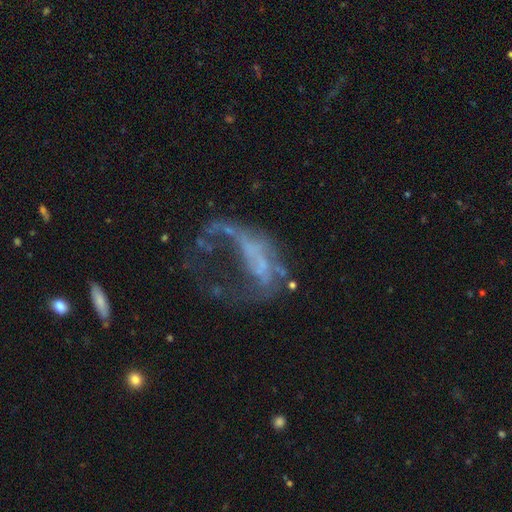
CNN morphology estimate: A featured or disk galaxy (64%) with no bar (78%), no spiral arms (72%) and no central bulge (70%). Merging: major disturbance (63%).